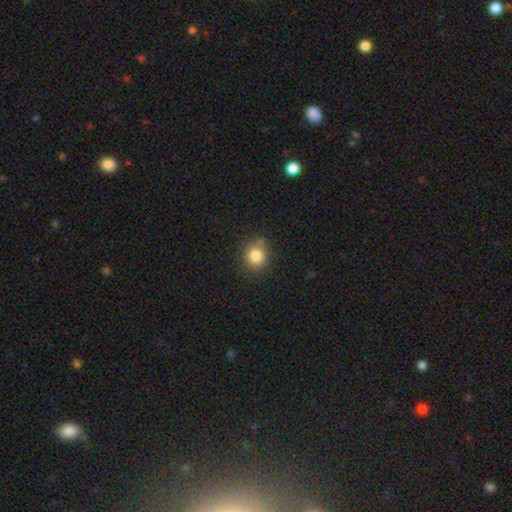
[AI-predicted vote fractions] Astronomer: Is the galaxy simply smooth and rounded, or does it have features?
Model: smooth — 82%.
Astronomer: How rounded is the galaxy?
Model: round — 81%.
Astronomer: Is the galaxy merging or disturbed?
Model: none — 76%.